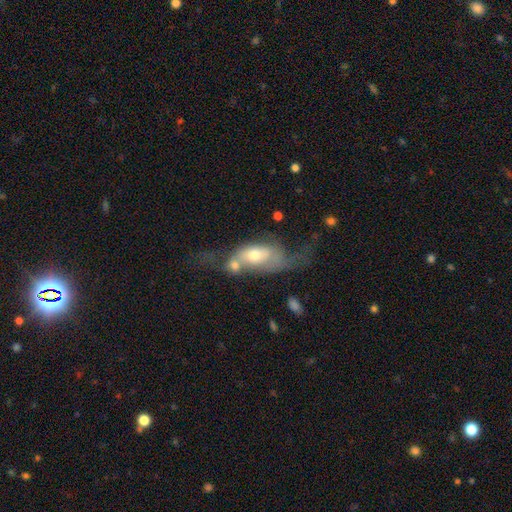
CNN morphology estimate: Smooth or featured: featured or disk — 48% (smooth — 43%)
Merging: merger — 42% (major disturbance — 29%)